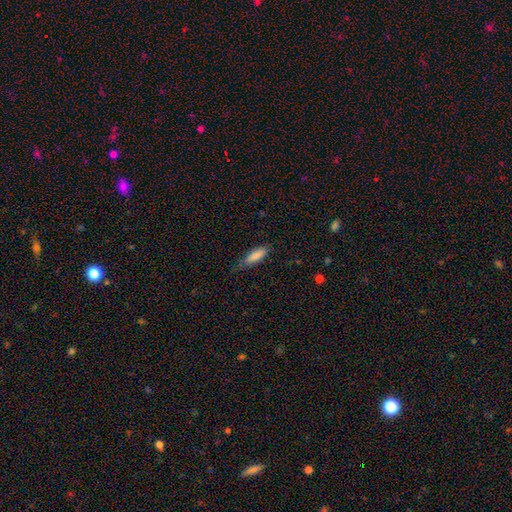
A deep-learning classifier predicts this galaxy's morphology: This is clearly a smooth galaxy (83%). How rounded: possibly cigar-shaped (50%). Merging: likely none (63%).